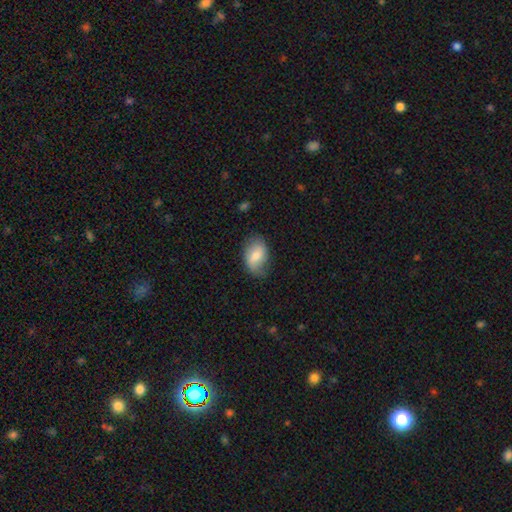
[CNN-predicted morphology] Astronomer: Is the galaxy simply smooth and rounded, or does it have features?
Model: smooth — 62%.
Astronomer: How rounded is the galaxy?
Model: in between — 86%.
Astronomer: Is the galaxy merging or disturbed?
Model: none — 65%.